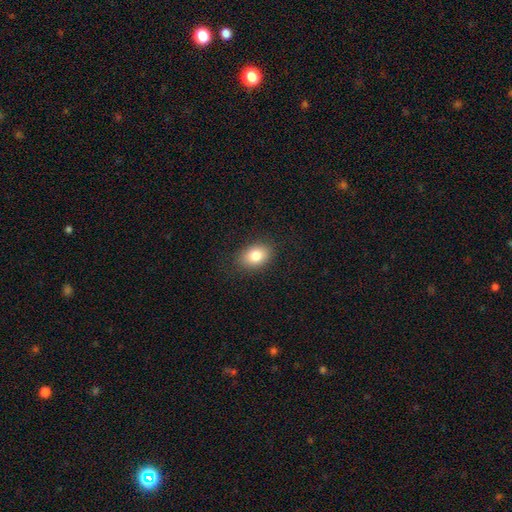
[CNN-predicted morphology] A smooth galaxy with no disk features (82%) that is in between round and cigar-shaped (78%). Merging: none (87%).